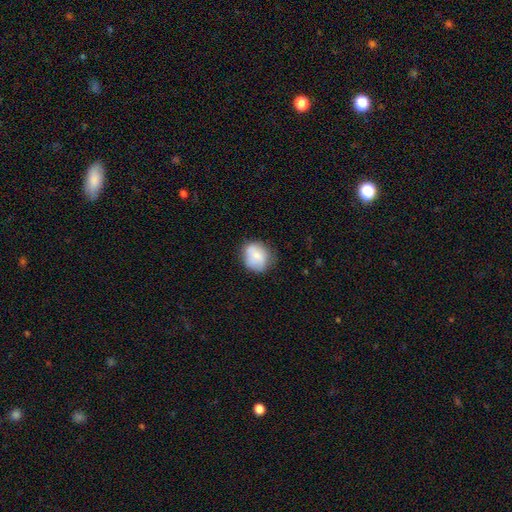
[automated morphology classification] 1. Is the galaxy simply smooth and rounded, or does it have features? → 74% smooth, 19% featured or disk, 8% star or artifact.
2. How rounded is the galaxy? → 67% round, 32% in between, 1% cigar-shaped.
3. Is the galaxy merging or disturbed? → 63% none, 26% minor disturbance, 7% major disturbance, 4% merger.